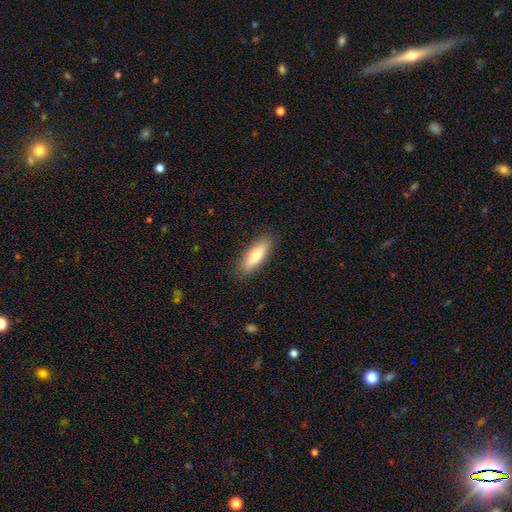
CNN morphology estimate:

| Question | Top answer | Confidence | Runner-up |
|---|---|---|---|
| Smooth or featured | smooth | 74% | featured or disk (20%) |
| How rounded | in between | 54% | cigar-shaped (44%) |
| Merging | none | 87% | minor disturbance (10%) |